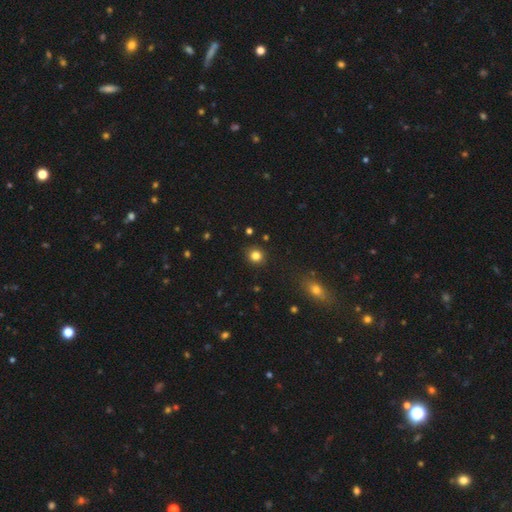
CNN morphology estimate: Overall: smooth (82%). How rounded: round (86%). Merging: none (89%).